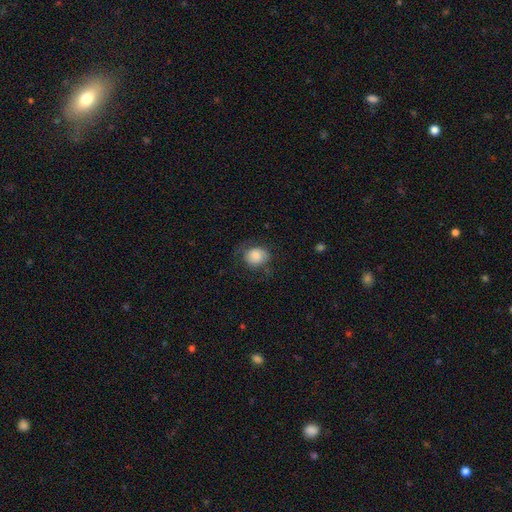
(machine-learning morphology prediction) Smooth or featured: smooth — 75% (featured or disk — 17%)
How rounded: round — 63% (in between — 36%)
Merging: none — 60% (minor disturbance — 24%)